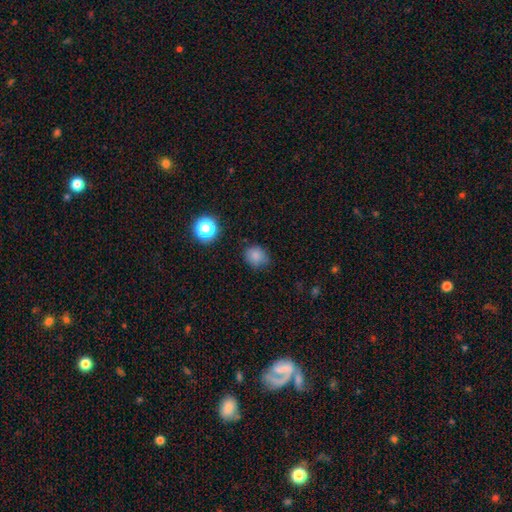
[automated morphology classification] The model was most divided on "how rounded": round: 70%, in between: 29%, cigar-shaped: 1%. More confident: smooth or featured — smooth (81%); merging — none (76%).